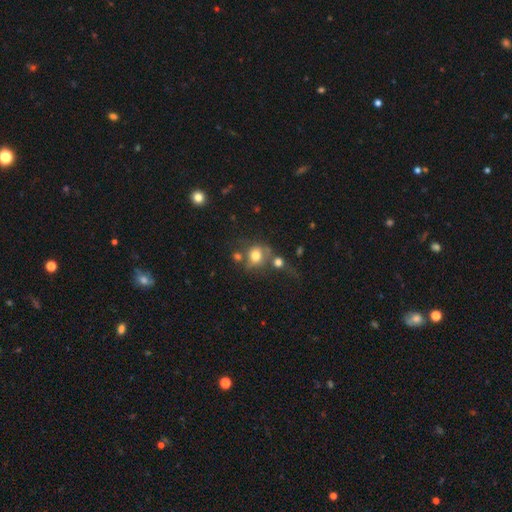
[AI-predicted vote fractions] This appears to be a smooth galaxy with no disk features (72%) that is round (75%). Merging: none (44%).